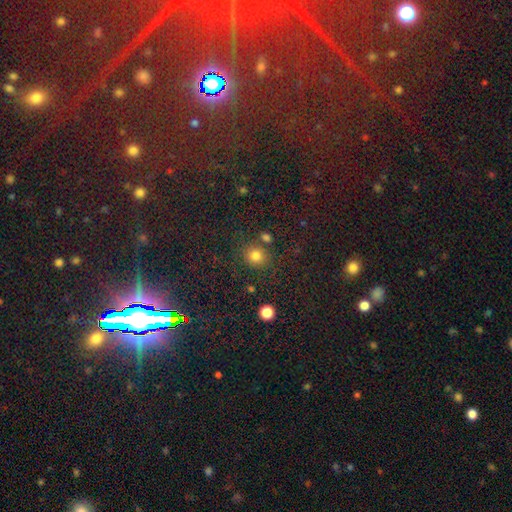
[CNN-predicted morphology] Overall: smooth (80%). How rounded: round (86%). Merging: none (77%).